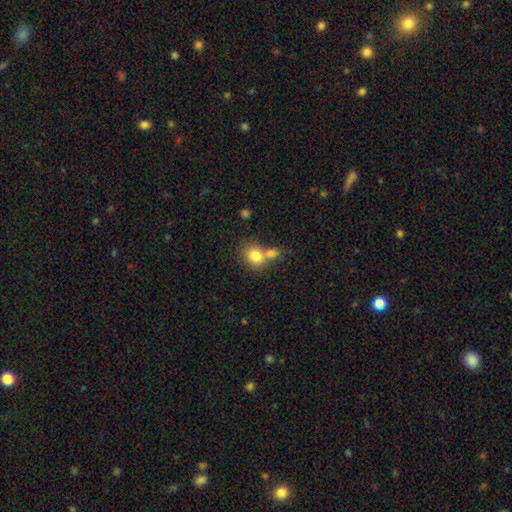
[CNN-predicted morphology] The model was most divided on "merging": merger: 45%, none: 41%, minor disturbance: 10%, major disturbance: 4%. More confident: smooth or featured — smooth (80%); how rounded — round (66%).